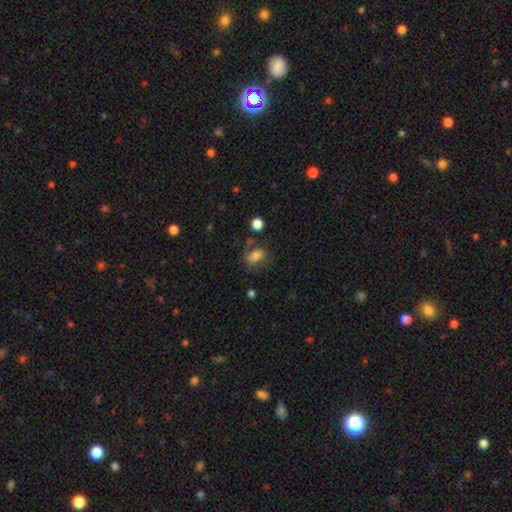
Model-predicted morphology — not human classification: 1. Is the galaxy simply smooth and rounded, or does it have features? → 67% smooth, 21% featured or disk, 12% star or artifact.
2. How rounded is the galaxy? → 71% in between, 27% round, 2% cigar-shaped.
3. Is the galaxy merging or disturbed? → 54% none, 24% minor disturbance, 15% major disturbance, 8% merger.